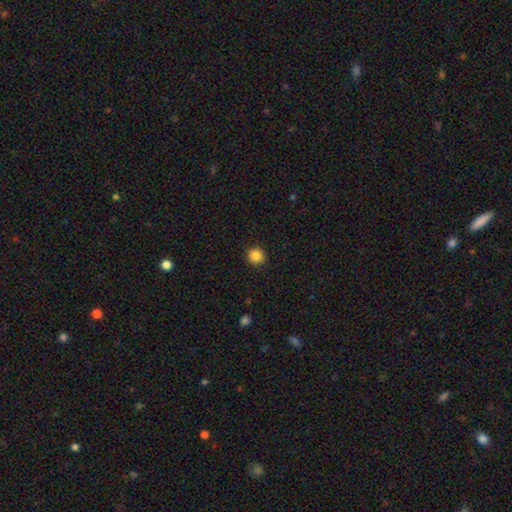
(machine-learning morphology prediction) The model was most divided on "smooth or featured": smooth: 86%, star or artifact: 10%, featured or disk: 4%. More confident: how rounded — round (93%); merging — none (92%).